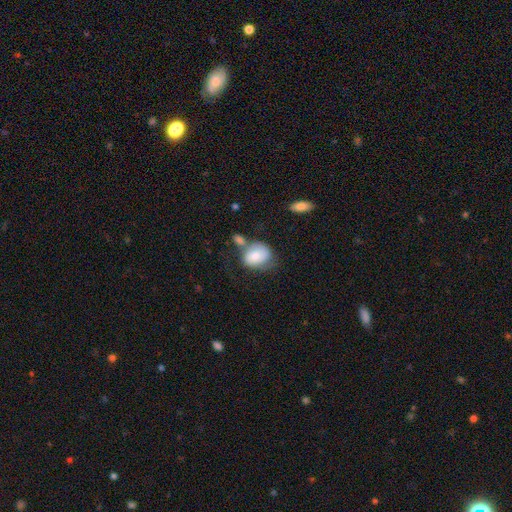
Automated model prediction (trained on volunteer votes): This is likely a smooth galaxy (72%). How rounded: possibly in between (53%). Merging: marginally none (33%).